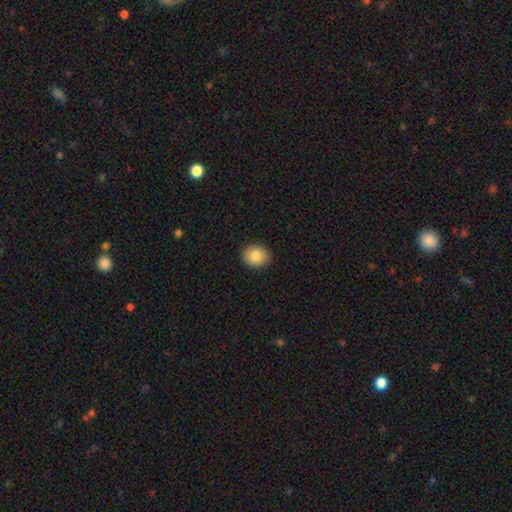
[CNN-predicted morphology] type=smooth (85%); roundness=round (65%); merging=none (90%).